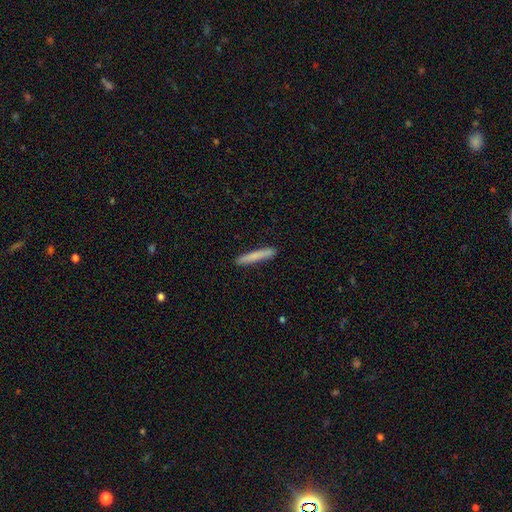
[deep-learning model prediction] smooth 77%, featured or disk 17%, star or artifact 6%. Down the decision tree: how rounded — cigar-shaped (96%); merging — none (91%).